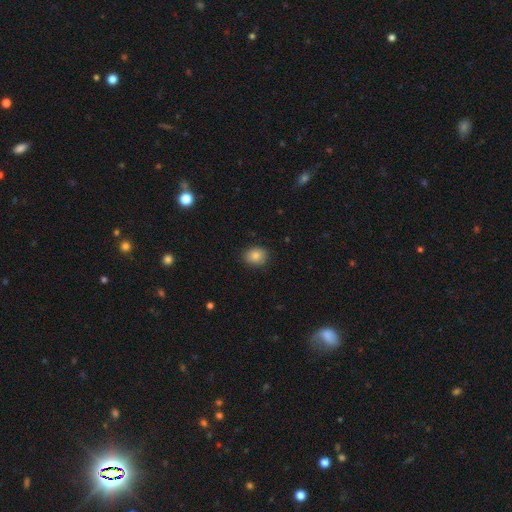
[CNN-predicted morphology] Smooth or featured: smooth — 84% (star or artifact — 9%)
How rounded: round — 56% (in between — 43%)
Merging: none — 84% (minor disturbance — 13%)